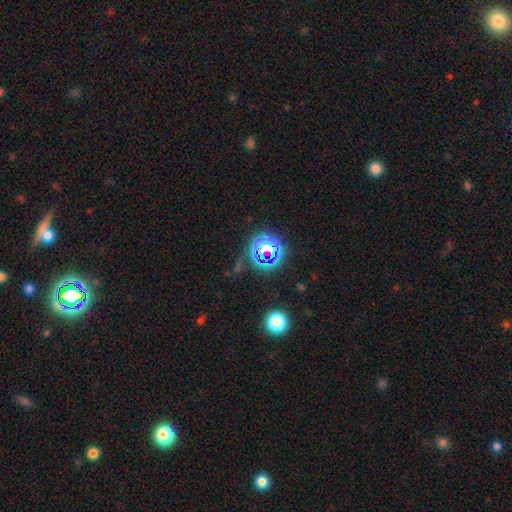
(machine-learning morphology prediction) This is likely a star or artifact rather than a galaxy (70%).